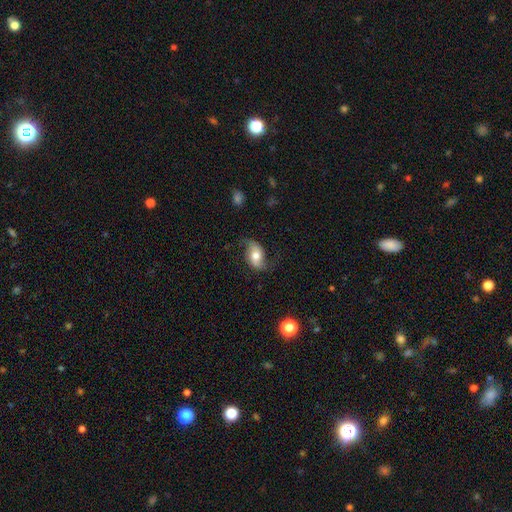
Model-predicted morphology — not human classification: Q: Smooth or featured?
A: featured or disk (57%); runner-up: smooth (35%)
Q: Edge-on disk?
A: no (94%); runner-up: yes (6%)
Q: Bar?
A: no (57%); runner-up: weak (30%)
Q: Spiral arms?
A: yes (86%); runner-up: no (14%)
Q: Bulge size?
A: moderate (64%); runner-up: large (19%)
Q: Merging?
A: none (66%); runner-up: minor disturbance (22%)